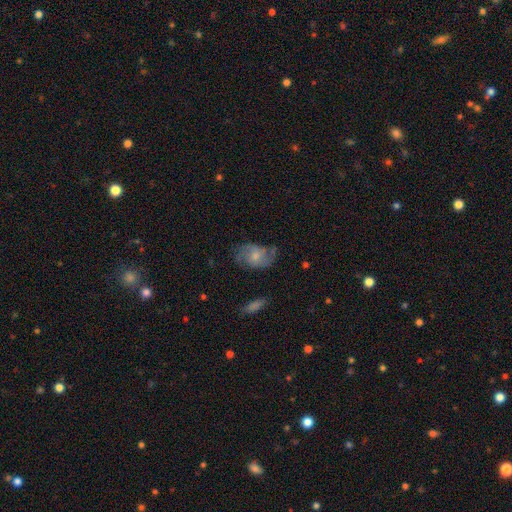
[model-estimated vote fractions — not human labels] Q: Smooth or featured?
A: smooth (47%); runner-up: featured or disk (46%)
Q: Merging?
A: none (54%); runner-up: minor disturbance (29%)